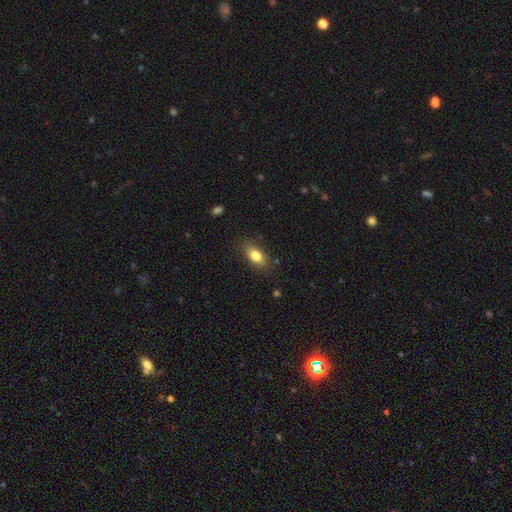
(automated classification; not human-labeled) smooth-or-featured: smooth: 80% | featured or disk: 12% | star or artifact: 8%
  how-rounded: in between: 84% | round: 9% | cigar-shaped: 7%
  merging: none: 82% | minor disturbance: 13% | major disturbance: 3% | merger: 1%